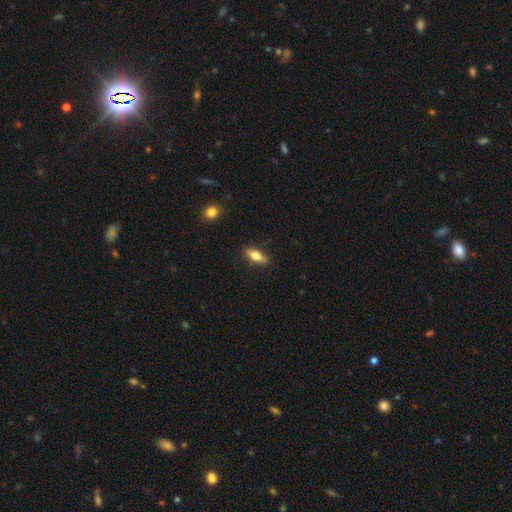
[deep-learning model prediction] The model was most divided on "how rounded": in between: 70%, cigar-shaped: 27%, round: 3%. More confident: merging — none (87%); smooth or featured — smooth (68%).